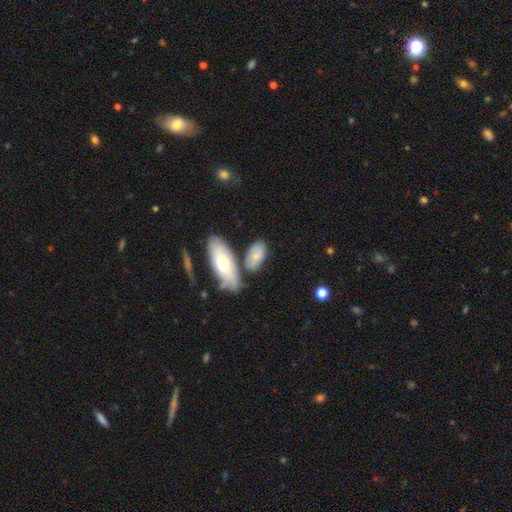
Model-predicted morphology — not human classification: smooth-or-featured: smooth: 67% | featured or disk: 26% | star or artifact: 6%
  how-rounded: in between: 87% | cigar-shaped: 8% | round: 5%
  merging: none: 55% | minor disturbance: 20% | merger: 19% | major disturbance: 7%